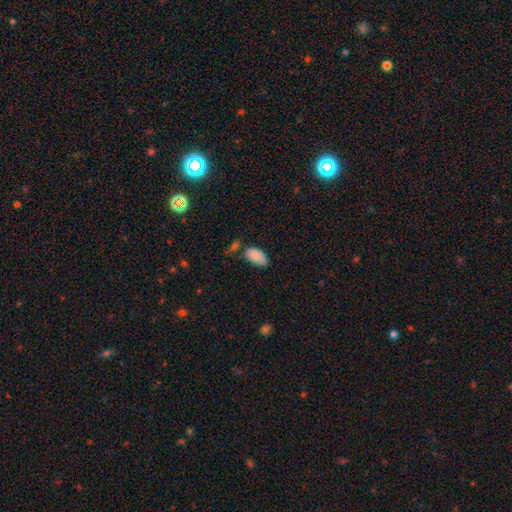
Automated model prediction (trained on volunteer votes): Smooth or featured?
  - smooth: 87% *
  - star or artifact: 8%
  - featured or disk: 5%
How rounded?
  - in between: 95% *
  - round: 3%
  - cigar-shaped: 2%
Merging?
  - none: 58% *
  - minor disturbance: 25%
  - merger: 10%
  - major disturbance: 7%